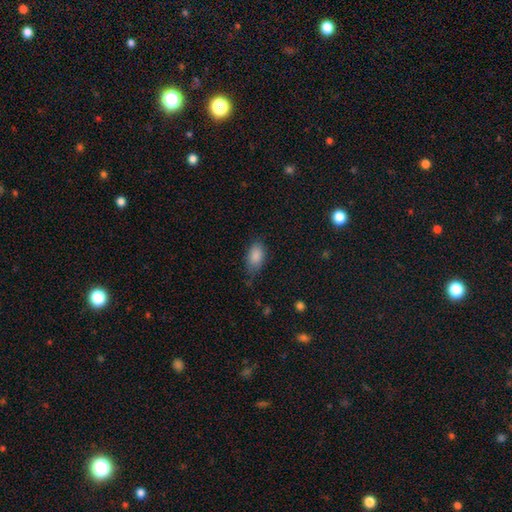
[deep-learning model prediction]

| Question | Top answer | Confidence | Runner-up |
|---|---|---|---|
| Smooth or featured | smooth | 87% | star or artifact (8%) |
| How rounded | in between | 91% | round (6%) |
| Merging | none | 65% | minor disturbance (27%) |